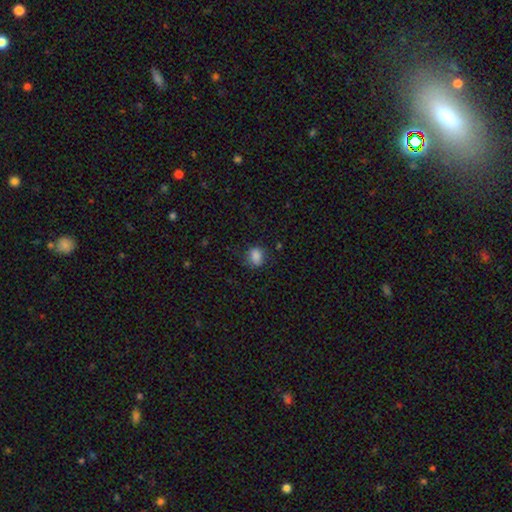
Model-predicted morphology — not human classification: Smooth or featured?
  - smooth: 84% *
  - star or artifact: 10%
  - featured or disk: 6%
How rounded?
  - in between: 50% *
  - round: 49%
  - cigar-shaped: 1%
Merging?
  - none: 73% *
  - minor disturbance: 19%
  - major disturbance: 6%
  - merger: 2%